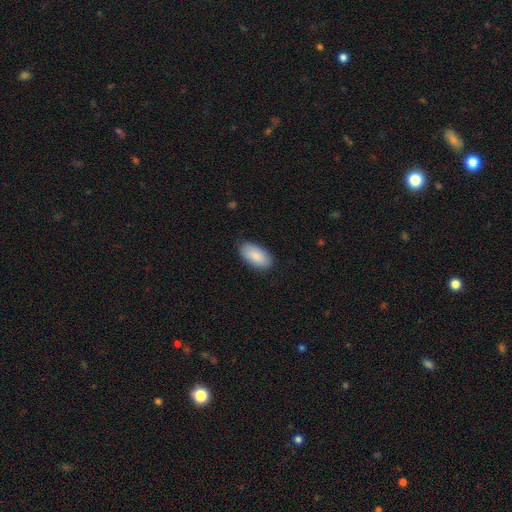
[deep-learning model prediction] Smooth or featured? smooth (88%)
How rounded? in between (95%)
Merging? none (85%)